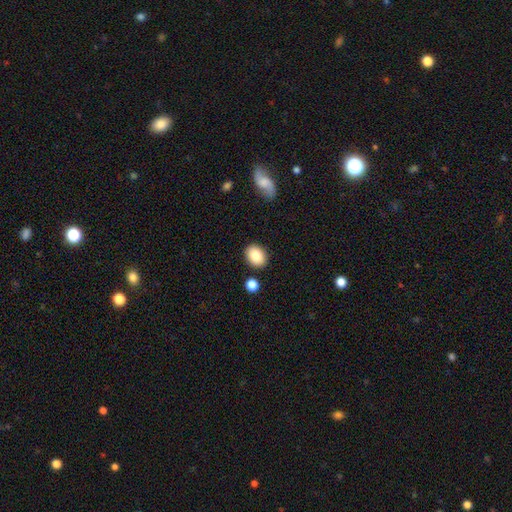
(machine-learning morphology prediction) smooth 85%, star or artifact 8%, featured or disk 7%. Down the decision tree: how rounded — in between (65%); merging — none (86%).